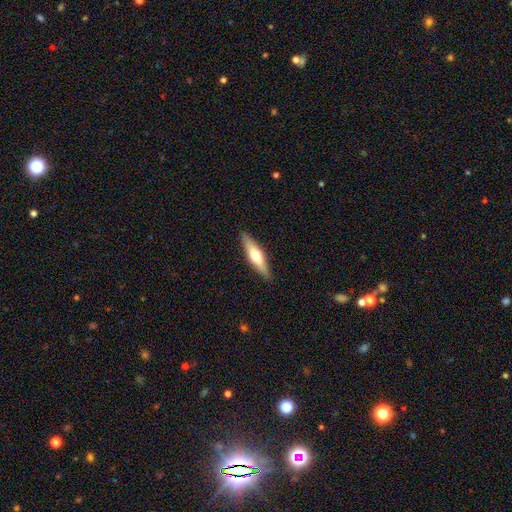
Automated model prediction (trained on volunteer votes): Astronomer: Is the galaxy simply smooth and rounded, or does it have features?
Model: featured or disk — 50% (runner-up: smooth, 45%).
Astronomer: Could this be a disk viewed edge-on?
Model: yes — 93%.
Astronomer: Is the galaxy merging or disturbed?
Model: none — 90%.